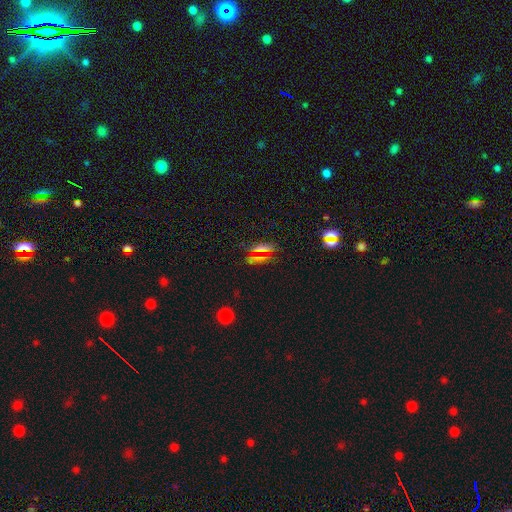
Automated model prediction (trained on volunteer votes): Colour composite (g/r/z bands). It shows a smooth galaxy with no disk features (48%). Merging: none (69%).